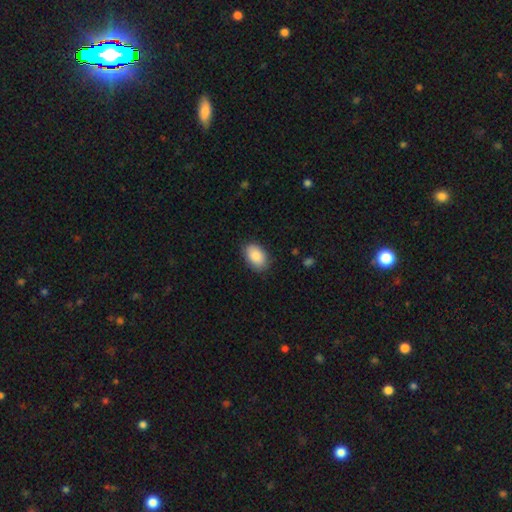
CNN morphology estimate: smooth 86%, featured or disk 7%, star or artifact 7%. Down the decision tree: how rounded — in between (88%); merging — none (86%).